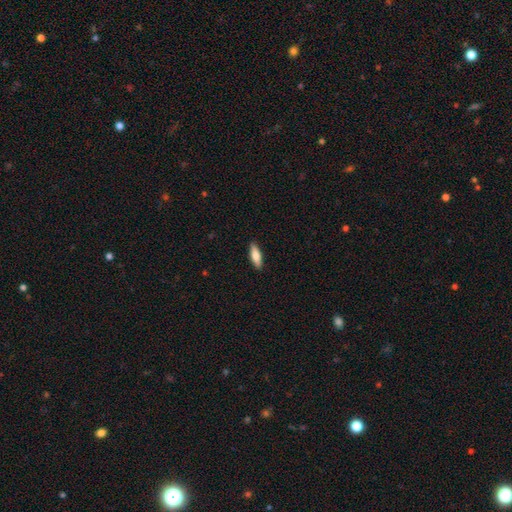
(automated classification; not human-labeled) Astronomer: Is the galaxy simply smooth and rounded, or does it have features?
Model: smooth — 74%.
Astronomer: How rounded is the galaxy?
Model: cigar-shaped — 49%, tied with in between at 49%.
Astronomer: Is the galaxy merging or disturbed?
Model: none — 90%.